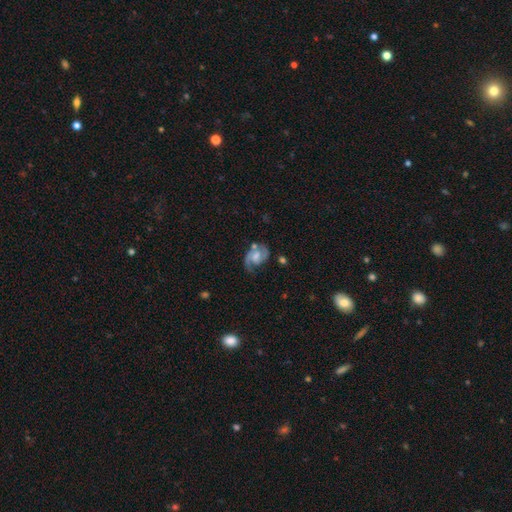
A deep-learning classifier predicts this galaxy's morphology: smooth_or_featured: featured or disk (p=0.84) [alt: smooth p=0.10]
disk_edge_on: no (p=0.98) [alt: yes p=0.02]
bar: no (p=0.52) [alt: weak p=0.40]
has_spiral_arms: yes (p=0.96) [alt: no p=0.04]
spiral_winding: medium (p=0.52) [alt: tight p=0.28]
spiral_arm_count: 2 (p=0.85) [alt: 1 p=0.07]
bulge_size: moderate (p=0.45) [alt: small p=0.30]
merging: none (p=0.61) [alt: minor disturbance p=0.22]